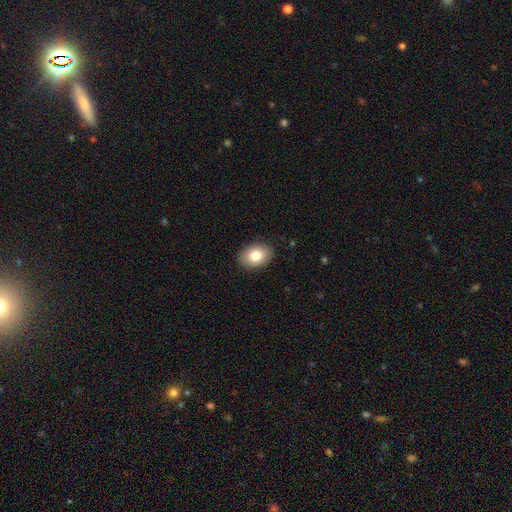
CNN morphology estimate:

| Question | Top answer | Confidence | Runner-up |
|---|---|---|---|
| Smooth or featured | smooth | 81% | featured or disk (11%) |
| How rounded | in between | 78% | round (21%) |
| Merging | none | 89% | minor disturbance (8%) |